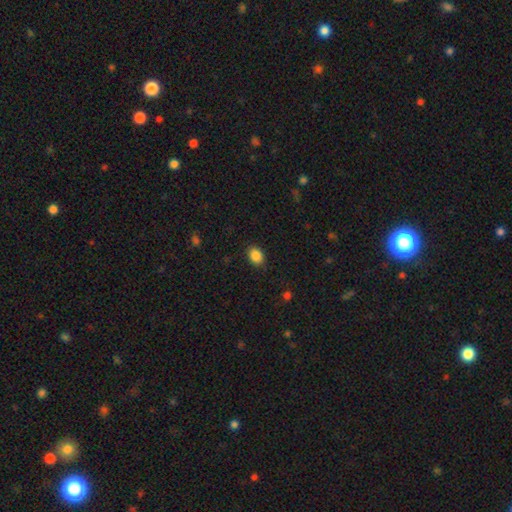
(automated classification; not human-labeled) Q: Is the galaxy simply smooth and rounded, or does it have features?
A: smooth — 87%.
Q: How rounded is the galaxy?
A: in between — 70%.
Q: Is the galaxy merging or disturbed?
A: none — 87%.